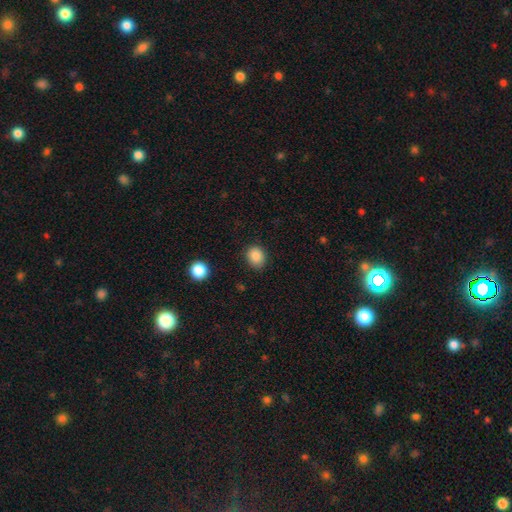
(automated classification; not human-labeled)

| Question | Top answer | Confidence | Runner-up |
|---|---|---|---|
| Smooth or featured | smooth | 87% | star or artifact (10%) |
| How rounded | round | 62% | in between (38%) |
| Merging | none | 84% | minor disturbance (11%) |